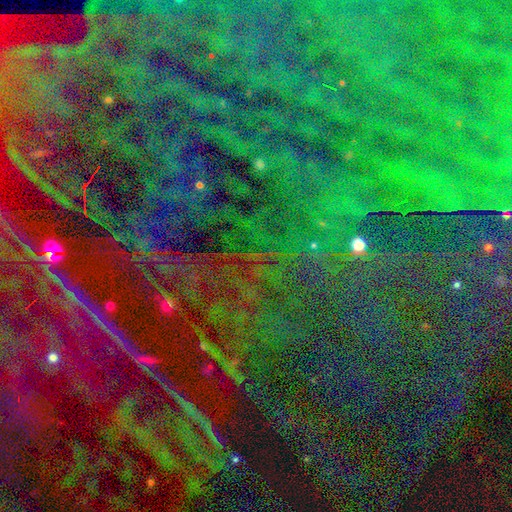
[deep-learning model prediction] Q: Smooth or featured?
A: star or artifact (86%); runner-up: smooth (7%)